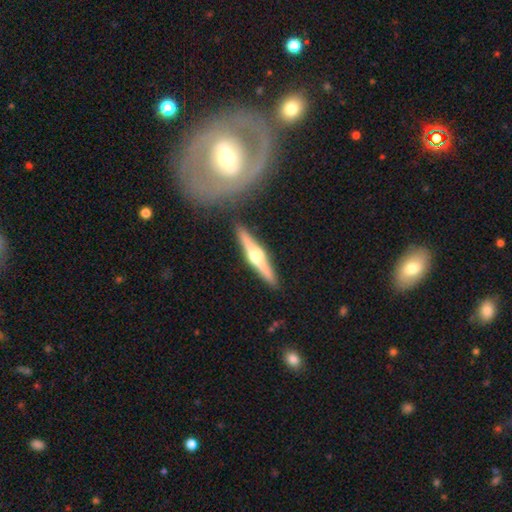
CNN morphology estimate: smooth-or-featured: featured or disk: 75% | smooth: 20% | star or artifact: 6%
  disk-edge-on: yes: 98% | no: 2%
    edge-on-bulge: rounded: 95% | boxy: 3% | none: 2%
  merging: none: 88% | minor disturbance: 7% | merger: 3% | major disturbance: 2%